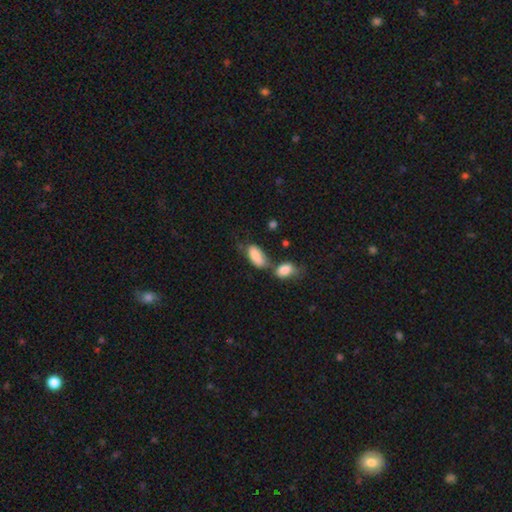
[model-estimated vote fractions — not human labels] Smooth or featured? smooth (84%)
How rounded? in between (92%)
Merging? merger (43%)